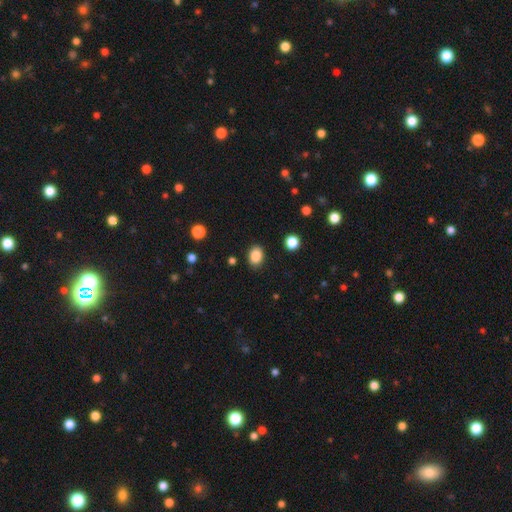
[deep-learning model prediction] Overall: smooth (87%). How rounded: in between (66%; round 33%). Merging: none (87%).